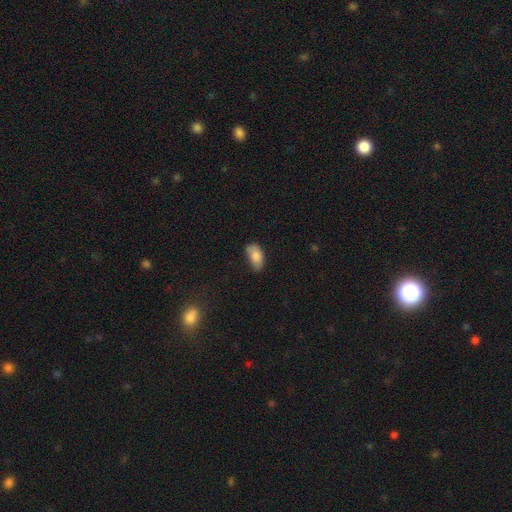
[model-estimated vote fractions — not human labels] A smooth galaxy with no disk features (84%) that is in between round and cigar-shaped (93%).

Vote fractions:
- Smooth or featured? smooth: 84% / featured or disk: 8% / star or artifact: 7%
- How rounded? in between: 93% / round: 4% / cigar-shaped: 3%
- Merging? none: 63% / minor disturbance: 30% / major disturbance: 6% / merger: 2%